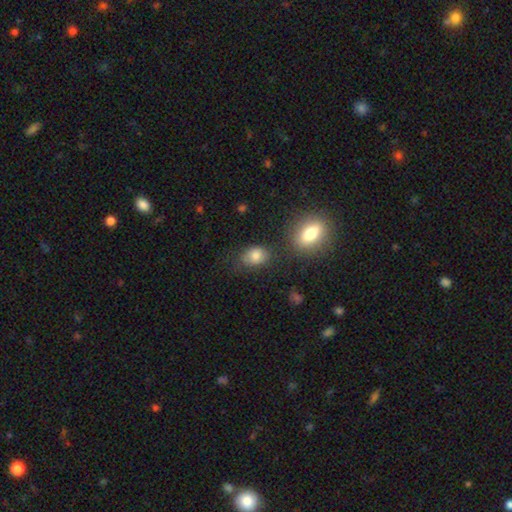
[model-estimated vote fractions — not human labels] Morphology: type=smooth (81%); roundness=in between (72%); merging=none (68%).